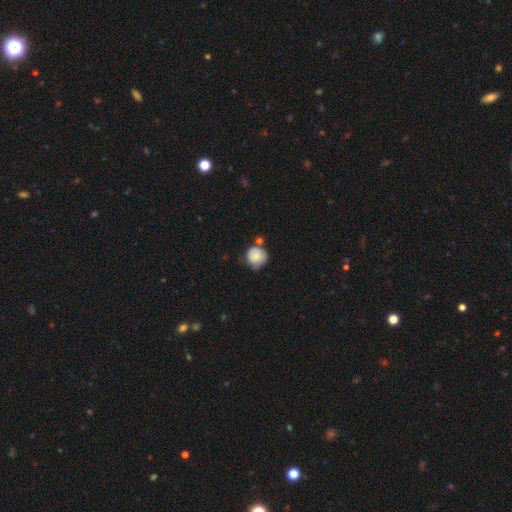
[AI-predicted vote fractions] Overall: smooth (75%). How rounded: round (89%). Merging: none (51%; minor disturbance 27%).